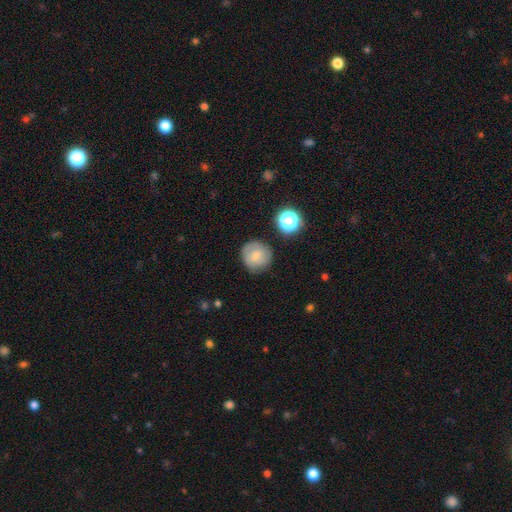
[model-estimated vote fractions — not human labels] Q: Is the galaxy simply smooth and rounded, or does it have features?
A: smooth — 63%.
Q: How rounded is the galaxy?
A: round — 90%.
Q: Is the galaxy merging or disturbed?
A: none — 77%.